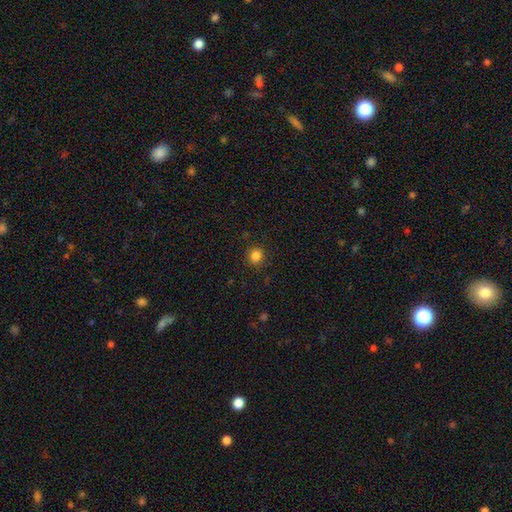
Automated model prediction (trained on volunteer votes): smooth 84%, star or artifact 12%, featured or disk 3%. Down the decision tree: how rounded — round (90%); merging — none (89%).